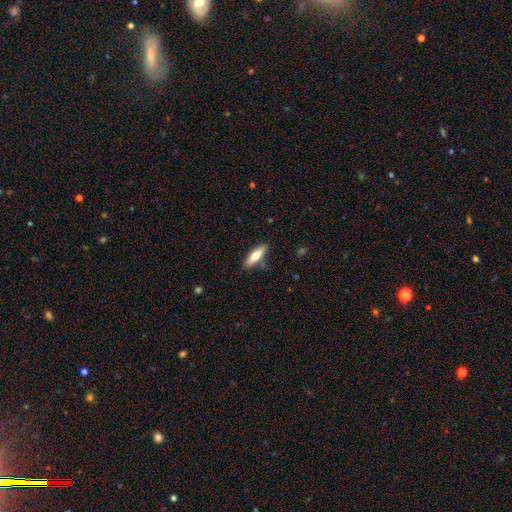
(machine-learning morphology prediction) smooth_or_featured: smooth (p=0.62) [alt: featured or disk p=0.32]
how_rounded: cigar-shaped (p=0.59) [alt: in between p=0.39]
merging: none (p=0.84) [alt: minor disturbance p=0.11]